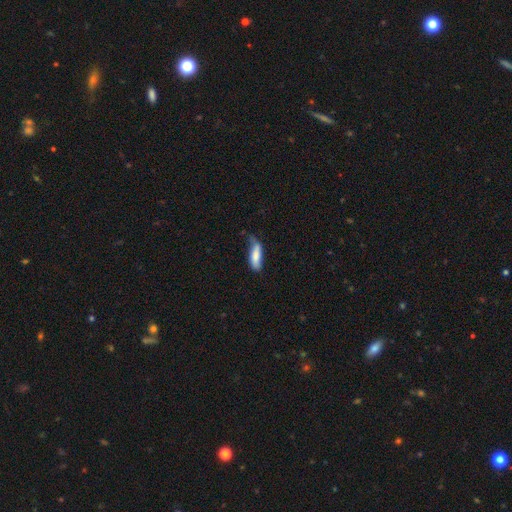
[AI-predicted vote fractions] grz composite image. It shows a smooth galaxy with no disk features (78%) that is in between round and cigar-shaped (56%). Merging: minor disturbance (42%).